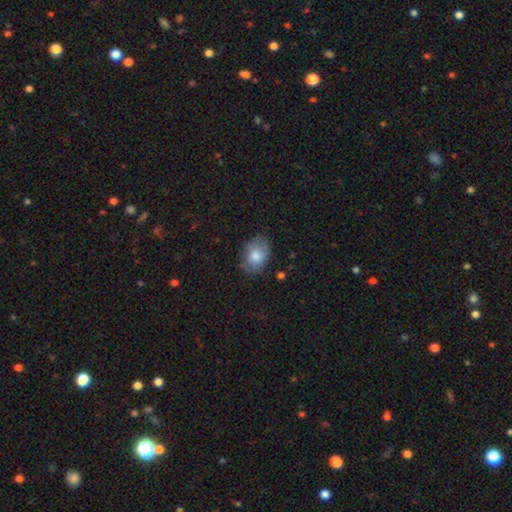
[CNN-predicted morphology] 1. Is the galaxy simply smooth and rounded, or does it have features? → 77% smooth, 15% featured or disk, 8% star or artifact.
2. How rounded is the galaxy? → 74% in between, 25% round, 1% cigar-shaped.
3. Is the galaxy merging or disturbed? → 70% none, 22% minor disturbance, 6% major disturbance, 2% merger.